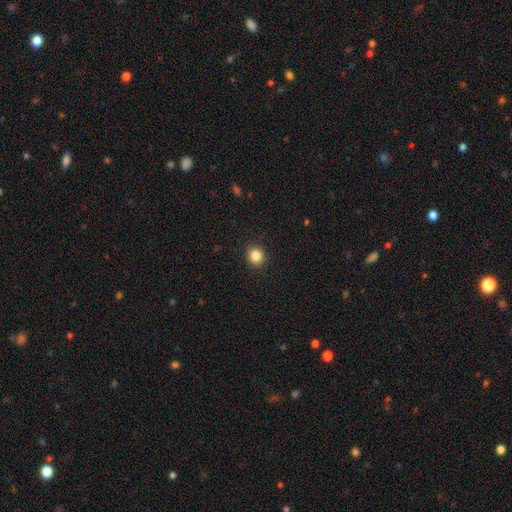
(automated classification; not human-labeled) Smooth or featured?
  - smooth: 85% *
  - star or artifact: 11%
  - featured or disk: 5%
How rounded?
  - round: 86% *
  - in between: 13%
  - cigar-shaped: 1%
Merging?
  - none: 92% *
  - minor disturbance: 5%
  - major disturbance: 2%
  - merger: 1%